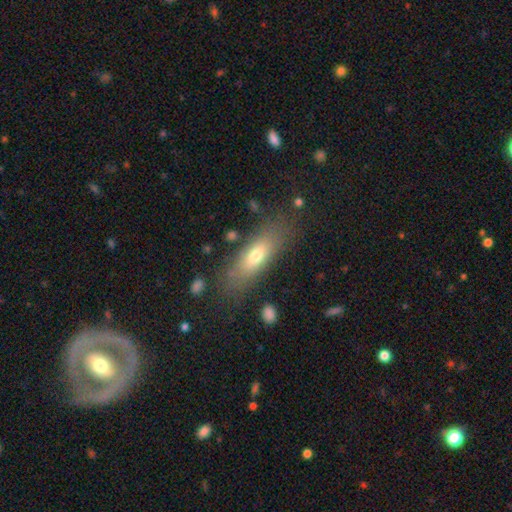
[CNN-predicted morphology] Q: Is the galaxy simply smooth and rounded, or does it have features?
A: smooth — 65%.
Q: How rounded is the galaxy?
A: in between — 54%.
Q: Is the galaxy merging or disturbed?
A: none — 79%.